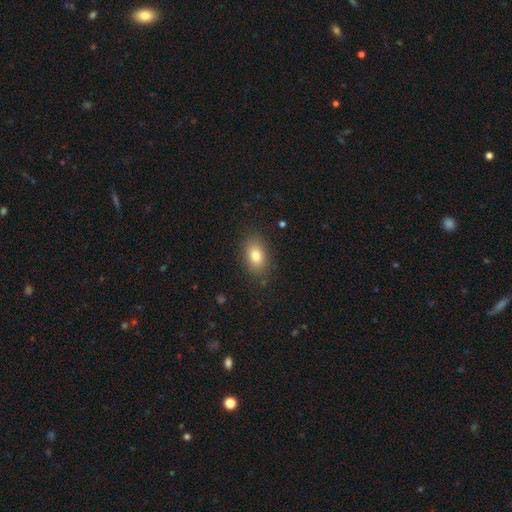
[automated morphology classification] Smooth or featured: smooth — 79% (featured or disk — 11%)
How rounded: in between — 84% (round — 15%)
Merging: none — 84% (minor disturbance — 11%)